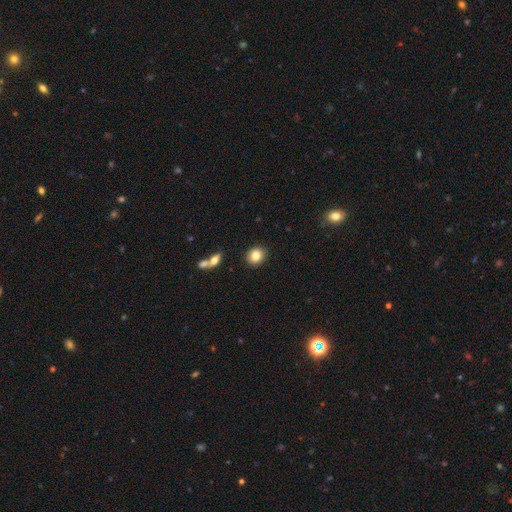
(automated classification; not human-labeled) A smooth galaxy with no disk features (83%) that is round (69%).

Vote fractions:
- Smooth or featured? smooth: 83% / star or artifact: 9% / featured or disk: 8%
- How rounded? round: 69% / in between: 30% / cigar-shaped: 1%
- Merging? none: 88% / minor disturbance: 7% / merger: 3% / major disturbance: 2%